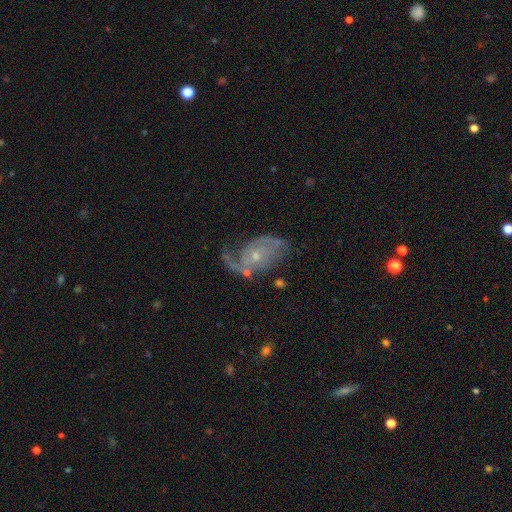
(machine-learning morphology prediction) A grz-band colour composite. It shows a featured or disk galaxy (87%) with no bar (69%), 2 (73%) medium (45%) spiral arms (95%) and a small central bulge (66%). Merging: none (55%).